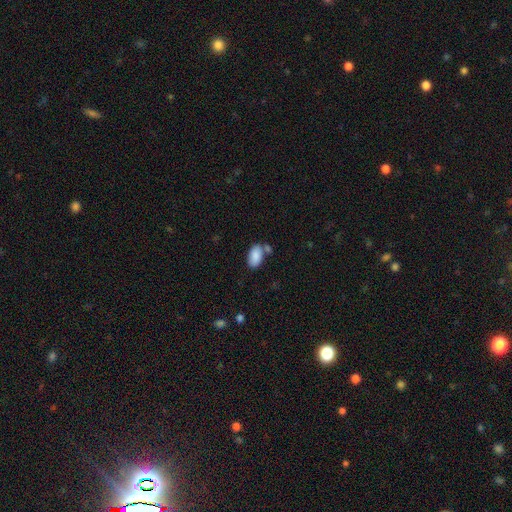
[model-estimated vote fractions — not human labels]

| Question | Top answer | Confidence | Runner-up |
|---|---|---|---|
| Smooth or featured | smooth | 88% | star or artifact (7%) |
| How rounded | in between | 94% | round (4%) |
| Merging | none | 61% | merger (20%) |